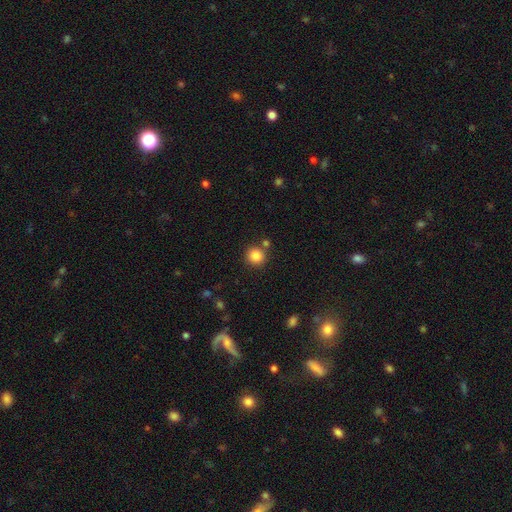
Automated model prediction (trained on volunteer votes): Smooth or featured?
  - smooth: 85% *
  - star or artifact: 10%
  - featured or disk: 5%
How rounded?
  - round: 92% *
  - in between: 7%
  - cigar-shaped: 1%
Merging?
  - none: 80% *
  - merger: 10%
  - minor disturbance: 8%
  - major disturbance: 3%